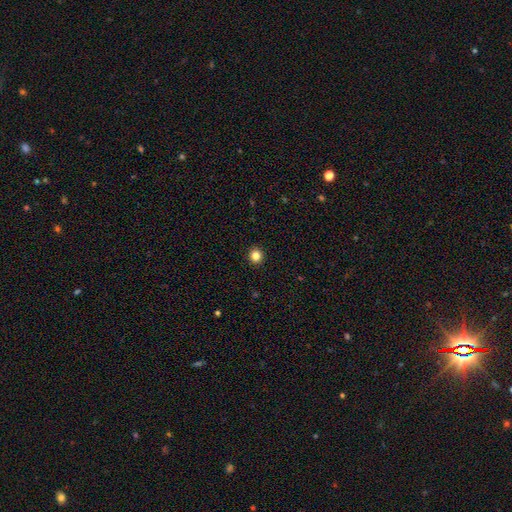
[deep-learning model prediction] Morphology: type=smooth (84%); roundness=round (92%); merging=none (94%).